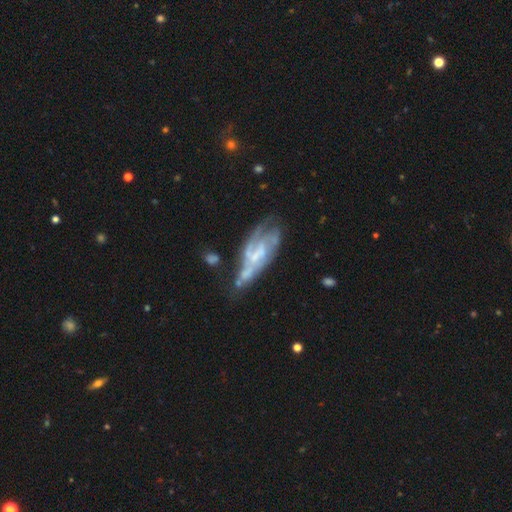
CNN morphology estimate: This appears to be a featured or disk galaxy (78%) with no bar (44%), tight (44%) spiral arms (80%) and a small central bulge (46%). Merging: none (40%).